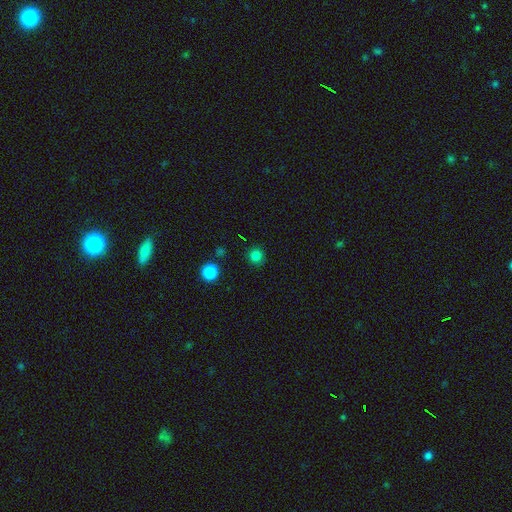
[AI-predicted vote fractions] A smooth galaxy with no disk features (82%) that is round (92%).

Vote fractions:
- Smooth or featured? smooth: 82% / star or artifact: 14% / featured or disk: 4%
- How rounded? round: 92% / in between: 7% / cigar-shaped: 1%
- Merging? none: 89% / minor disturbance: 7% / major disturbance: 2% / merger: 2%